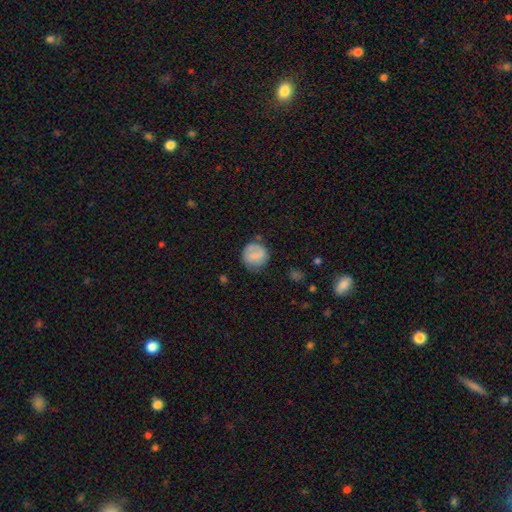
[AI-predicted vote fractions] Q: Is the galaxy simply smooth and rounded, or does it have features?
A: smooth — 67%.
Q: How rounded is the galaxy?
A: round — 88%.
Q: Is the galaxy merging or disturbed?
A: none — 72%.